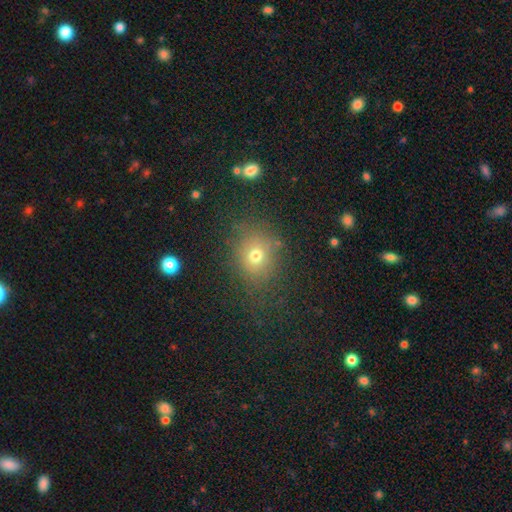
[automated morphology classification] type=smooth (68%); roundness=round (70%); merging=none (75%).